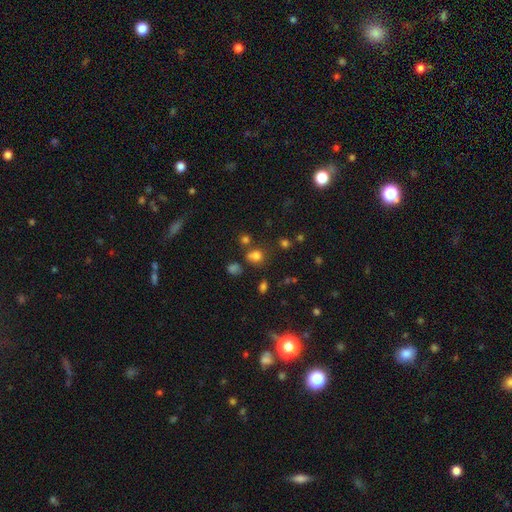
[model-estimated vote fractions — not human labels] Smooth or featured?
  - smooth: 73% *
  - star or artifact: 20%
  - featured or disk: 7%
How rounded?
  - round: 65% *
  - in between: 34%
  - cigar-shaped: 1%
Merging?
  - none: 65% *
  - minor disturbance: 16%
  - merger: 11%
  - major disturbance: 7%